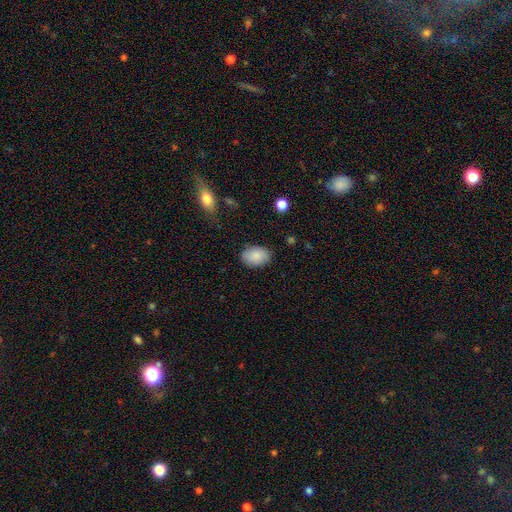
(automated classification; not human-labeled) Q: Smooth or featured?
A: smooth (87%); runner-up: star or artifact (7%)
Q: How rounded?
A: in between (84%); runner-up: round (15%)
Q: Merging?
A: none (84%); runner-up: minor disturbance (12%)